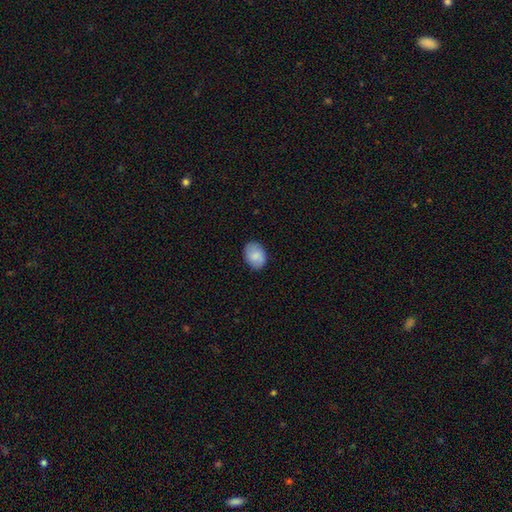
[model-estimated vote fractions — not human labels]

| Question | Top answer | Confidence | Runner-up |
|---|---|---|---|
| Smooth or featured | smooth | 82% | featured or disk (11%) |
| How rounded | in between | 71% | round (28%) |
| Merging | none | 84% | minor disturbance (13%) |